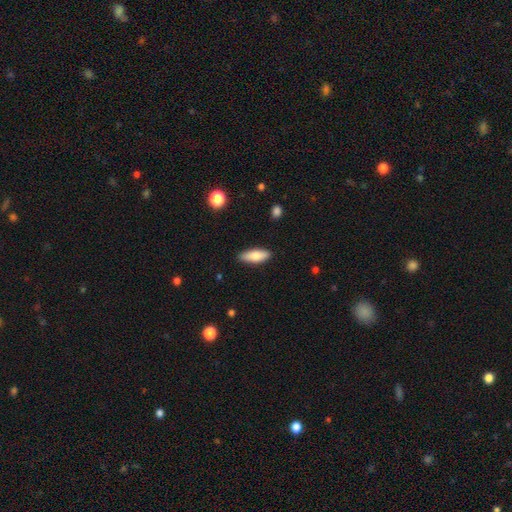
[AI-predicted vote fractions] Morphology: type=smooth (80%); roundness=in between (65%); merging=none (87%).